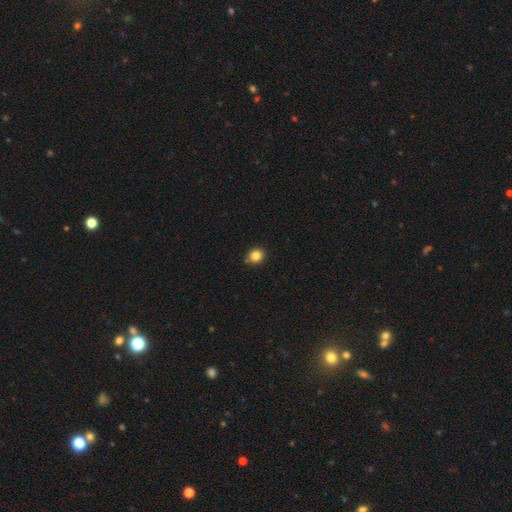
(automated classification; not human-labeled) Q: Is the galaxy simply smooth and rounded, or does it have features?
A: smooth — 84%.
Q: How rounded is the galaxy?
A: round — 76%.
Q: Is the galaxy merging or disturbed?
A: none — 83%.